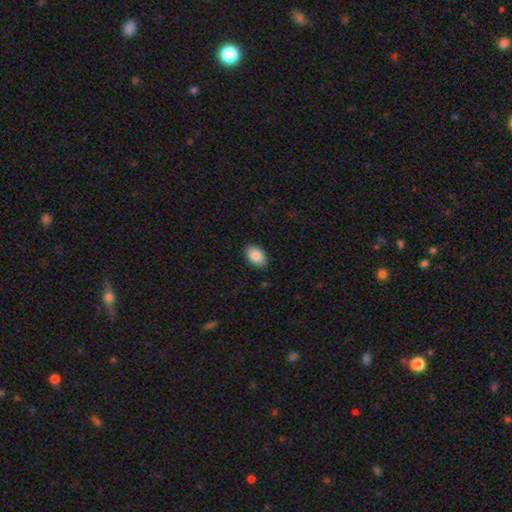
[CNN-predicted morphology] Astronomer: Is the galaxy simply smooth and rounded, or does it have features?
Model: smooth — 88%.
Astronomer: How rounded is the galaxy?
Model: in between — 90%.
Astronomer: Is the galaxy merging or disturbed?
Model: none — 87%.